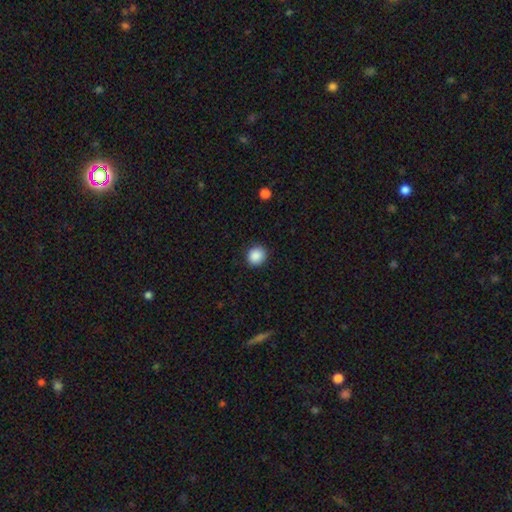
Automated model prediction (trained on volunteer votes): smooth 88%, star or artifact 9%, featured or disk 3%. Down the decision tree: how rounded — round (86%); merging — none (89%).